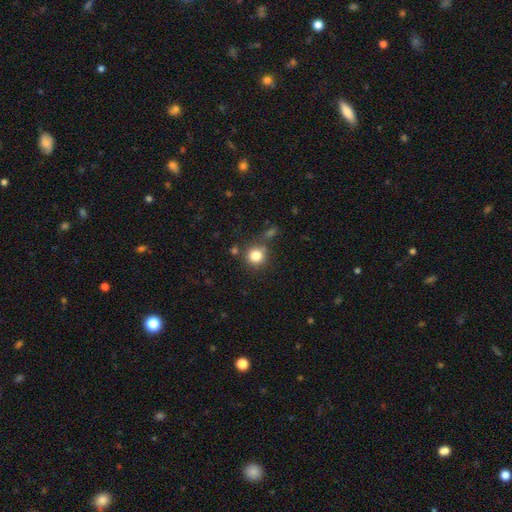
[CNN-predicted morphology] type=smooth (82%); roundness=round (91%); merging=none (74%).